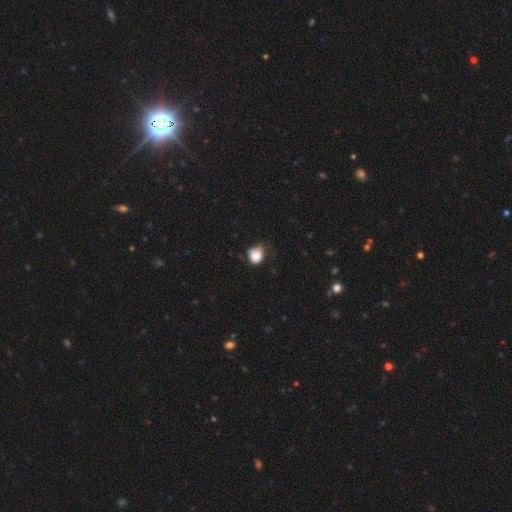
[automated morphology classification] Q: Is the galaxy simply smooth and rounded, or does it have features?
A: smooth — 84%.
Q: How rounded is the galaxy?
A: round — 63%.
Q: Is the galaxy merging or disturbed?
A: none — 50%.